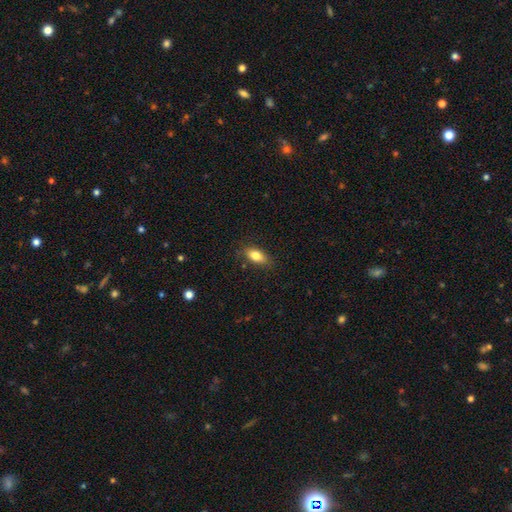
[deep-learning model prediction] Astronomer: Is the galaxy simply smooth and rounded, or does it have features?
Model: smooth — 81%.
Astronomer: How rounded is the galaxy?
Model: in between — 86%.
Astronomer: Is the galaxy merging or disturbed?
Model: none — 81%.